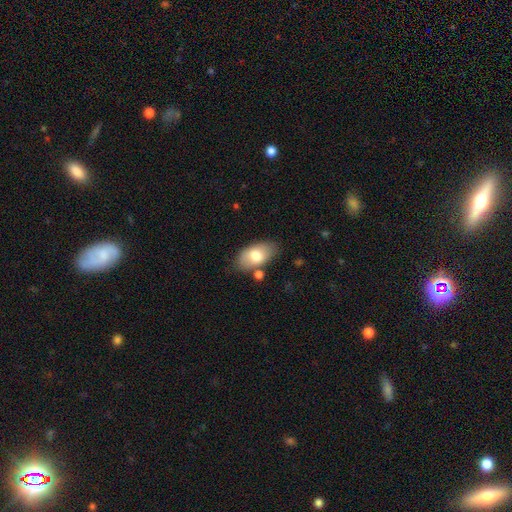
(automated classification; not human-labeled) smooth 75%, featured or disk 19%, star or artifact 7%. Down the decision tree: how rounded — in between (93%); merging — none (74%).